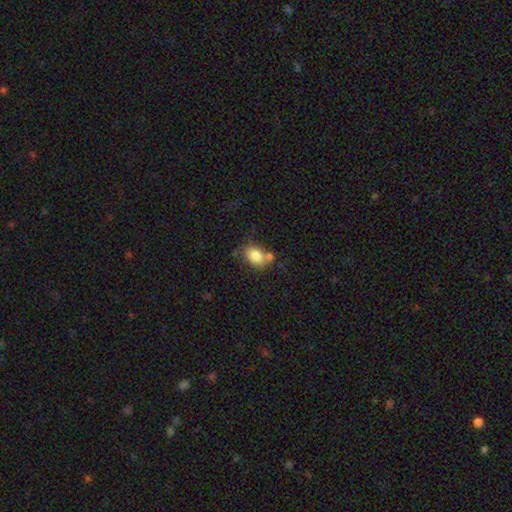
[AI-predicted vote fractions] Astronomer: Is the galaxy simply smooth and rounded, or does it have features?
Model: smooth — 82%.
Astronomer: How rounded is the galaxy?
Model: in between — 63%.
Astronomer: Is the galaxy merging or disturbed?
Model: none — 54%.